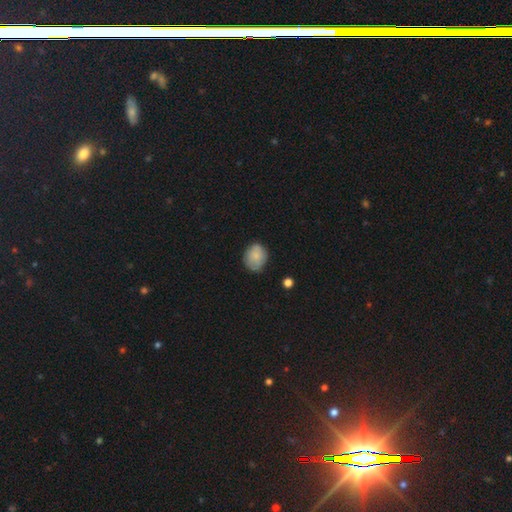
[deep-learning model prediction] Morphology: type=smooth (80%); roundness=round (59%); merging=none (69%).